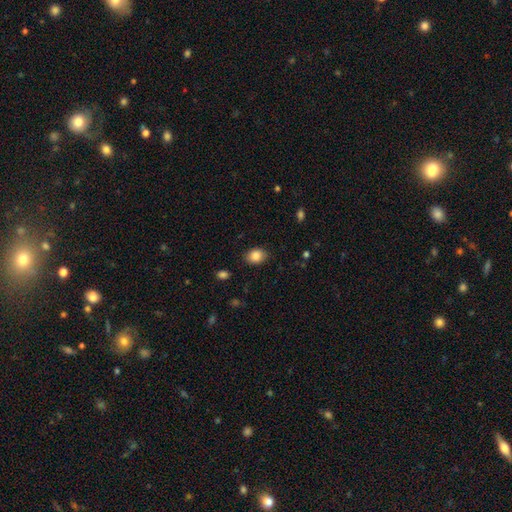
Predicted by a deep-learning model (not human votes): This appears to be a smooth galaxy with no disk features (86%) that is in between round and cigar-shaped (68%). Merging: none (86%).